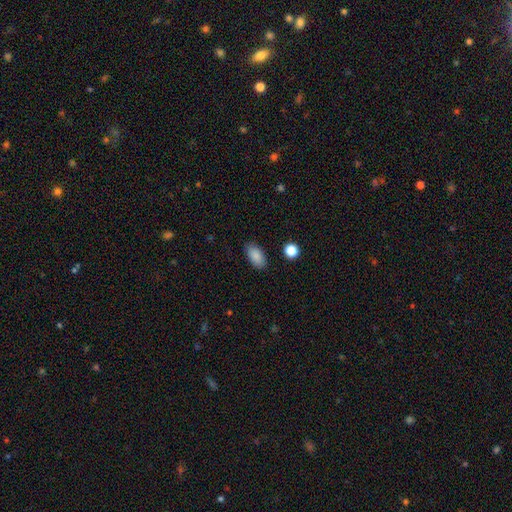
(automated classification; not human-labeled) Smooth or featured?
  - smooth: 88% *
  - star or artifact: 8%
  - featured or disk: 5%
How rounded?
  - in between: 92% *
  - cigar-shaped: 4%
  - round: 4%
Merging?
  - none: 86% *
  - minor disturbance: 10%
  - major disturbance: 3%
  - merger: 1%